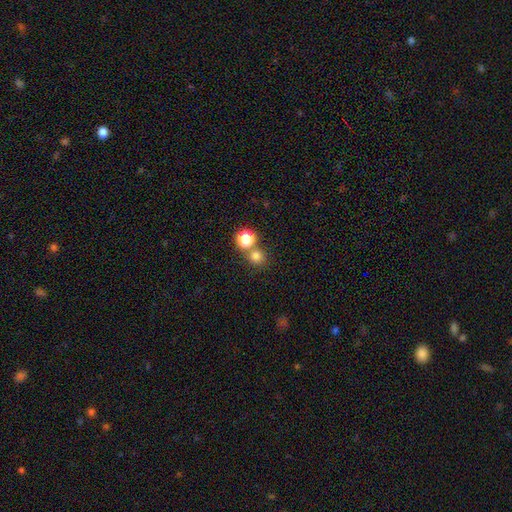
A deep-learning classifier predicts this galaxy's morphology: Smooth or featured? Predicted: smooth (p=0.75). How rounded? Predicted: round (p=0.88). Merging? Predicted: none (p=0.64).